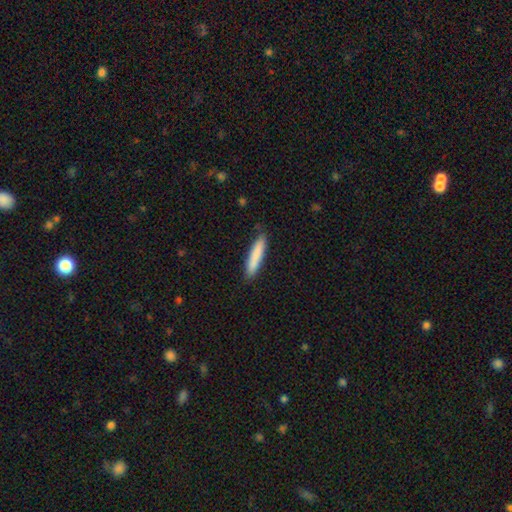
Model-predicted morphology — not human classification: Smooth or featured?
  - smooth: 84% *
  - featured or disk: 11%
  - star or artifact: 6%
How rounded?
  - cigar-shaped: 88% *
  - in between: 11%
  - round: 1%
Merging?
  - none: 85% *
  - minor disturbance: 11%
  - major disturbance: 2%
  - merger: 1%